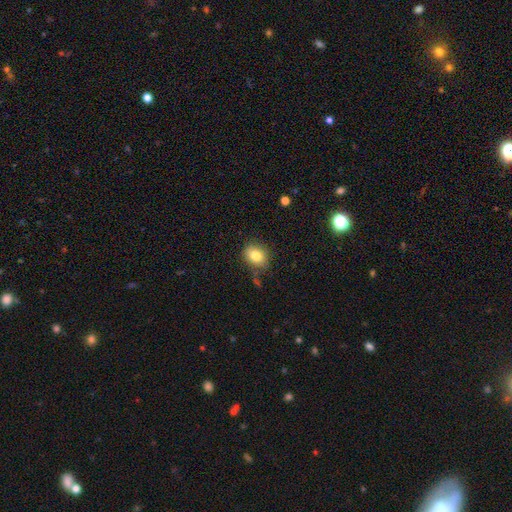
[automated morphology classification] Overall: smooth (81%). How rounded: in between (52%; round 47%). Merging: none (76%).